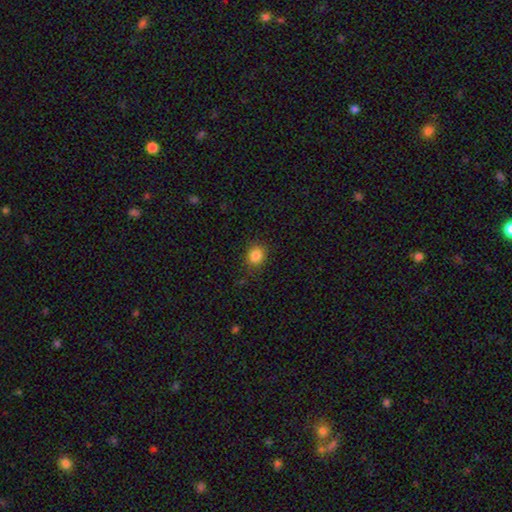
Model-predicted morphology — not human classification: type=smooth (85%); roundness=round (73%); merging=none (84%).